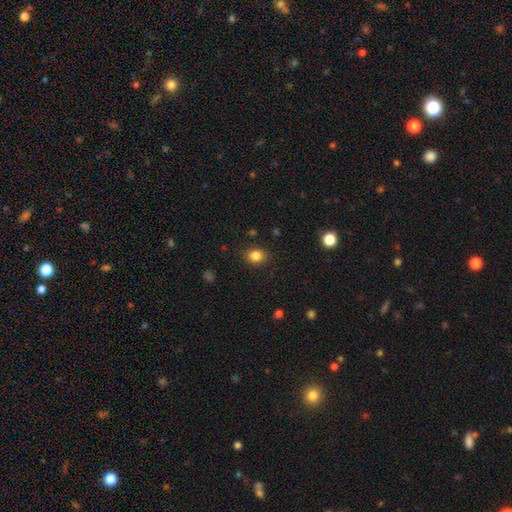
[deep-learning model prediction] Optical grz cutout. It shows a smooth galaxy with no disk features (84%) that is round (63%). Merging: none (87%).